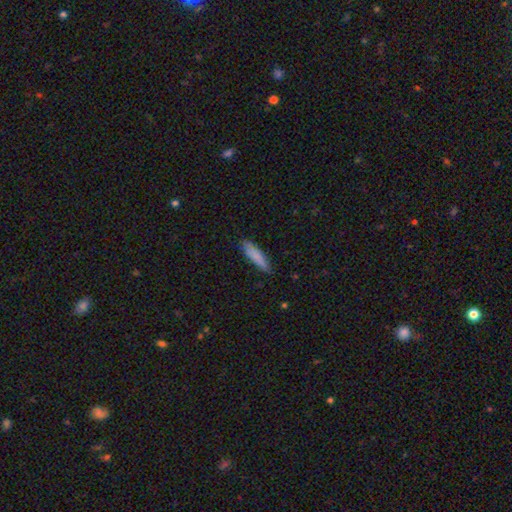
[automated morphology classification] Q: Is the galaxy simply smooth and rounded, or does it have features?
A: smooth — 82%.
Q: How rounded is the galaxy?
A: cigar-shaped — 67%.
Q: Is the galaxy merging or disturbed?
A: none — 72%.